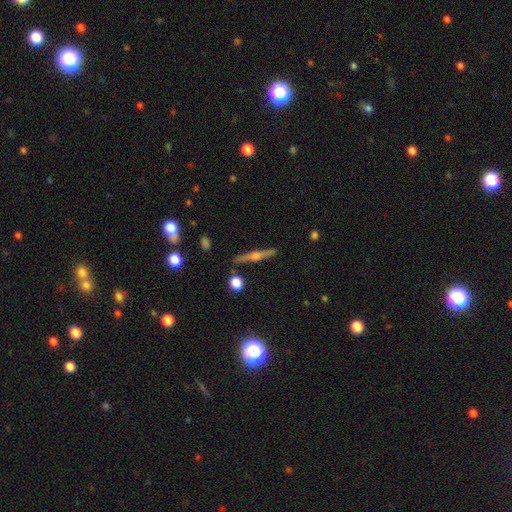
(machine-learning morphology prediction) Smooth or featured? Predicted: featured or disk (p=0.71). Edge-on disk? Predicted: yes (p=0.96). Edge-on bulge? Predicted: rounded (p=0.89). Merging? Predicted: none (p=0.88).